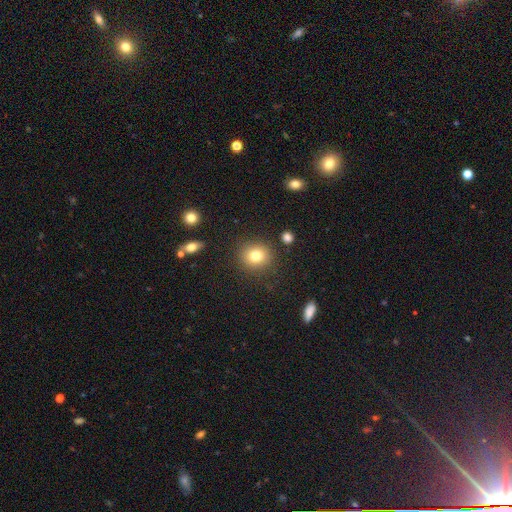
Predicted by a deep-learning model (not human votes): This is likely a smooth galaxy (79%). How rounded: clearly round (86%). Merging: clearly none (87%).